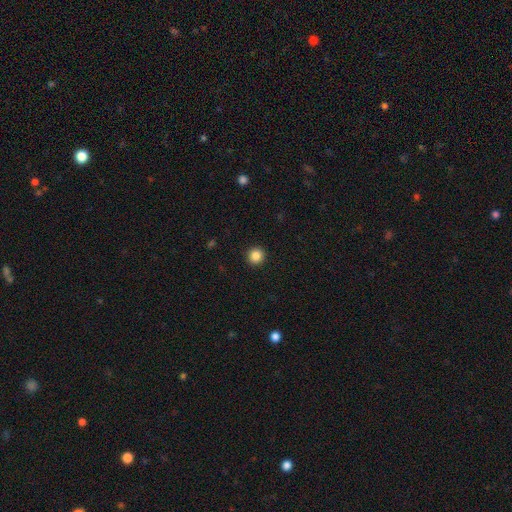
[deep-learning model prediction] A smooth galaxy with no disk features (86%) that is round (94%).

Vote fractions:
- Smooth or featured? smooth: 86% / star or artifact: 10% / featured or disk: 3%
- How rounded? round: 94% / in between: 5% / cigar-shaped: 1%
- Merging? none: 93% / minor disturbance: 4% / major disturbance: 2% / merger: 1%